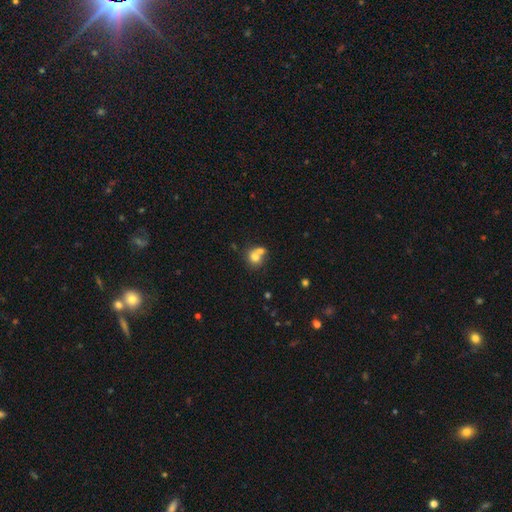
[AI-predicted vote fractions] The model was most divided on "merging": merger: 53%, none: 35%, minor disturbance: 8%, major disturbance: 4%. More confident: how rounded — round (76%); smooth or featured — smooth (73%).